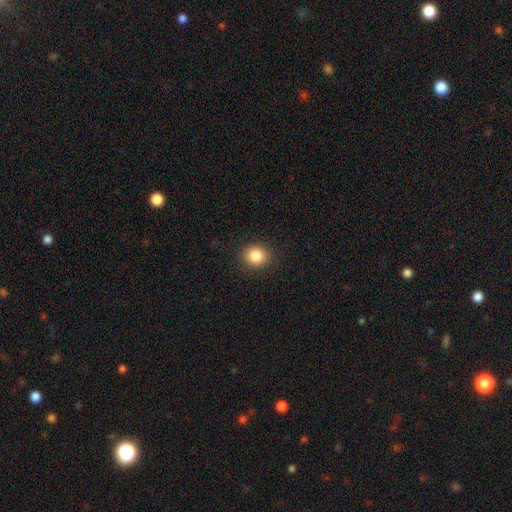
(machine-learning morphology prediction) Overall: smooth (85%). How rounded: round (81%). Merging: none (89%).